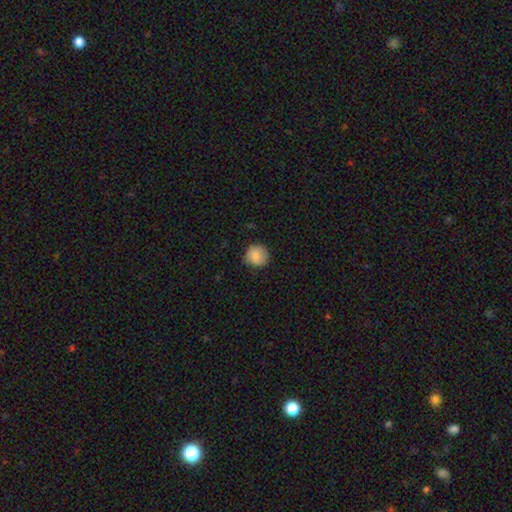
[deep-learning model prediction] Smooth or featured: smooth — 82% (featured or disk — 10%)
How rounded: round — 87% (in between — 12%)
Merging: none — 75% (minor disturbance — 19%)